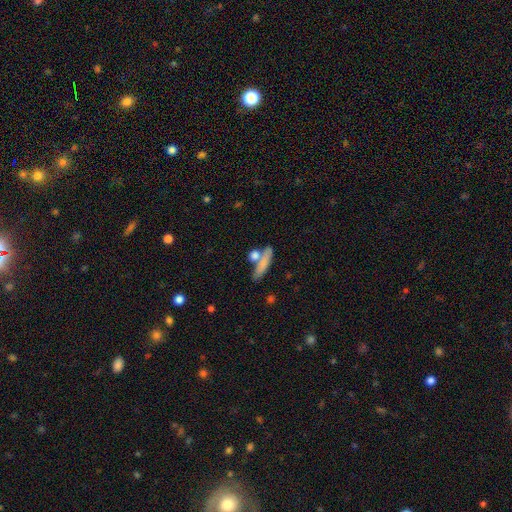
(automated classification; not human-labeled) smooth 76%, featured or disk 16%, star or artifact 8%. Down the decision tree: how rounded — cigar-shaped (50%); merging — none (57%).